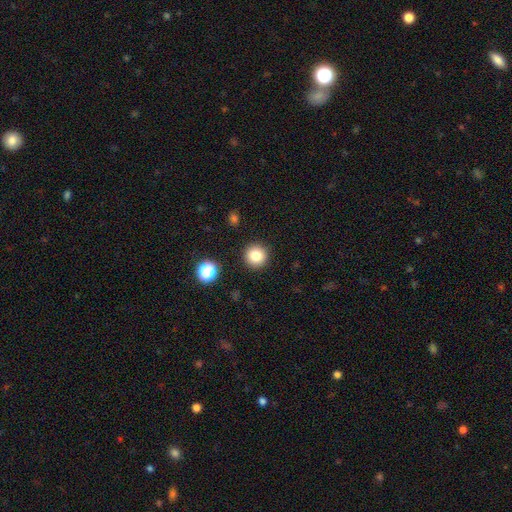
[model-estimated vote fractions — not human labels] smooth 82%, star or artifact 12%, featured or disk 6%. Down the decision tree: how rounded — round (95%); merging — none (91%).